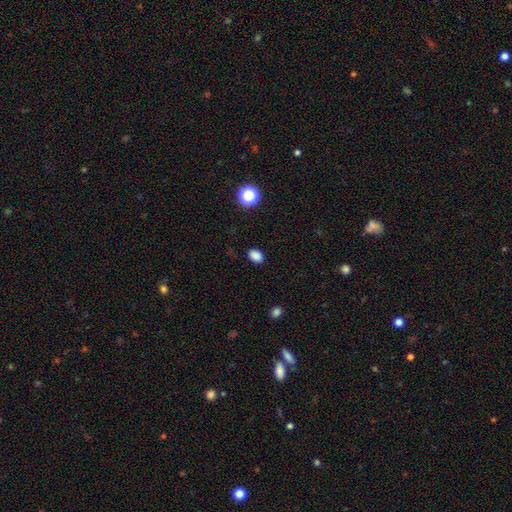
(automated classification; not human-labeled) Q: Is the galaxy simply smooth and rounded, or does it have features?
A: smooth — 85%.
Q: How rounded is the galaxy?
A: in between — 73%.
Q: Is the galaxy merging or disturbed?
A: none — 87%.